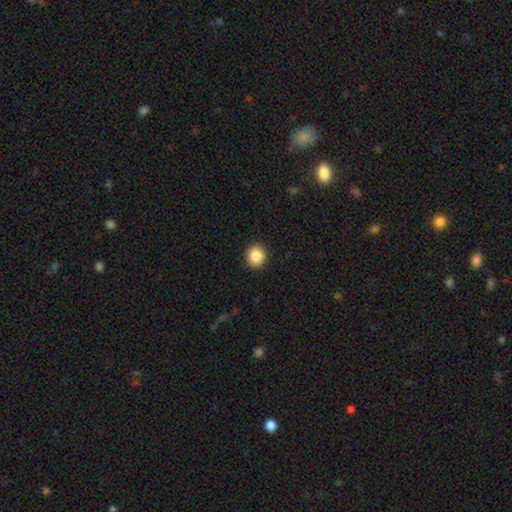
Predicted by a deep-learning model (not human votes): A smooth galaxy with no disk features (86%) that is round (88%).

Vote fractions:
- Smooth or featured? smooth: 86% / star or artifact: 9% / featured or disk: 5%
- How rounded? round: 88% / in between: 11% / cigar-shaped: 1%
- Merging? none: 91% / minor disturbance: 6% / major disturbance: 2% / merger: 1%